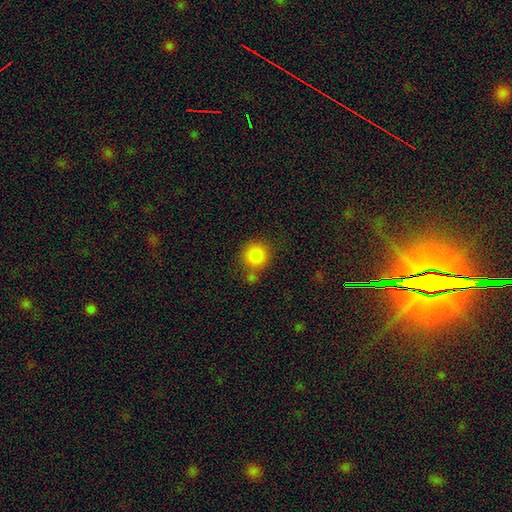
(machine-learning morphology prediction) smooth-or-featured: smooth: 86% | star or artifact: 10% | featured or disk: 4%
  how-rounded: round: 92% | in between: 8% | cigar-shaped: 1%
  merging: none: 68% | merger: 15% | minor disturbance: 12% | major disturbance: 5%